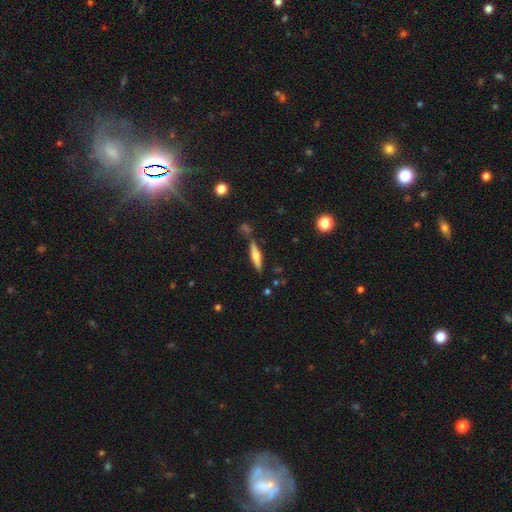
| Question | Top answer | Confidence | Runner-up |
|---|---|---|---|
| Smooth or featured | featured or disk | 55% | smooth (45%) |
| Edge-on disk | yes | 86% | no (14%) |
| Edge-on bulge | rounded | 84% | none (11%) |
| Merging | none | 68% | merger (15%) |